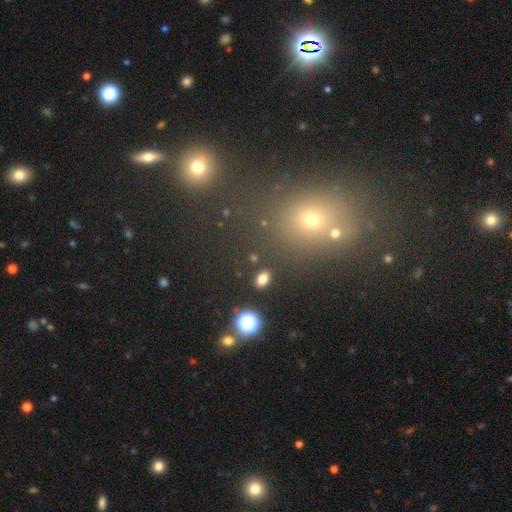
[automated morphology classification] Smooth or featured: smooth — 48% (star or artifact — 41%)
Merging: none — 70% (merger — 14%)